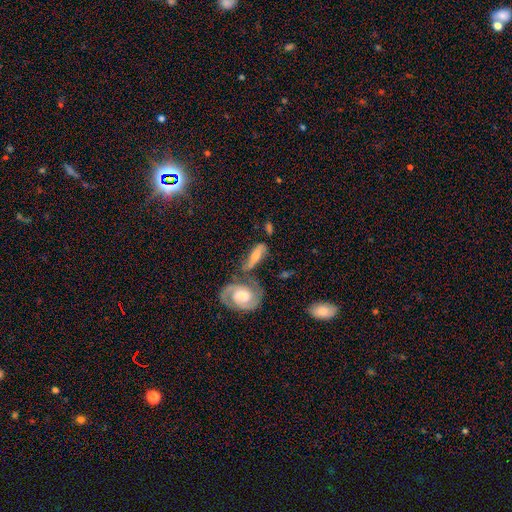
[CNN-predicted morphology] Overall: featured or disk (52%; smooth 40%). Edge-on disk: no (75%). Merging: none (39%; merger 32%).